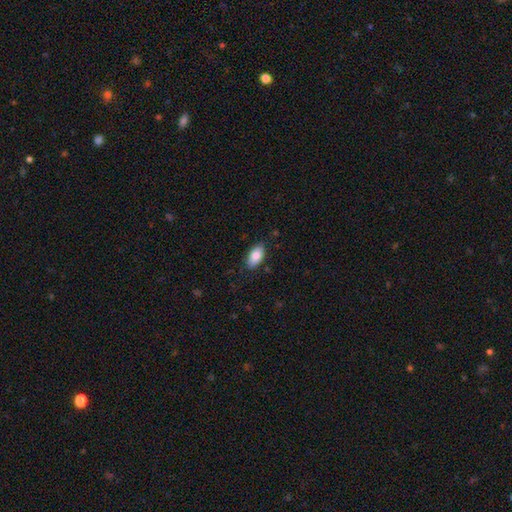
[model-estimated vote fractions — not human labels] Smooth or featured? smooth (84%)
How rounded? in between (93%)
Merging? none (84%)